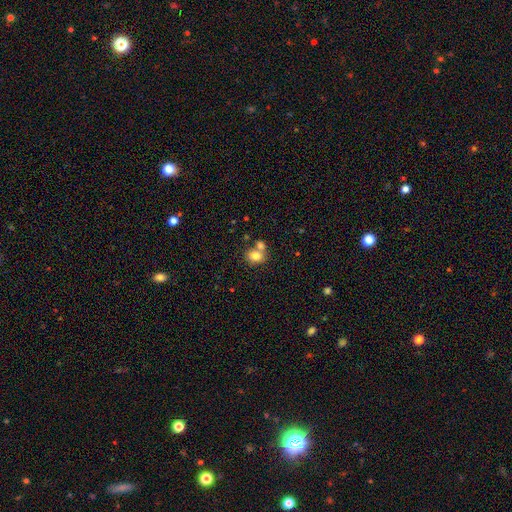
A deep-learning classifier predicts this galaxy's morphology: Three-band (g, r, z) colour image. It shows a smooth galaxy with no disk features (79%) that is round (58%). Merging: none (44%).